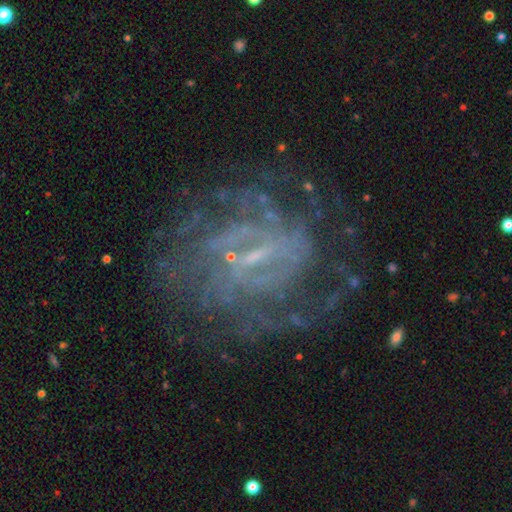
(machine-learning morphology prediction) Smooth or featured? Predicted: featured or disk (p=0.82). Edge-on disk? Predicted: no (p=0.97). Bar? Predicted: weak (p=0.52). Spiral arms? Predicted: yes (p=0.85). Spiral winding? Predicted: tight (p=0.56). Spiral arm count? Predicted: can't tell (p=0.49). Bulge size? Predicted: small (p=0.67). Merging? Predicted: none (p=0.68).